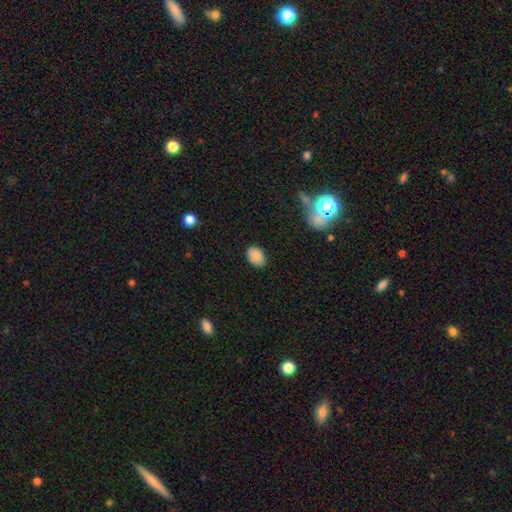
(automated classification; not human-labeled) A smooth galaxy with no disk features (85%) that is in between round and cigar-shaped (79%). Merging: none (79%).